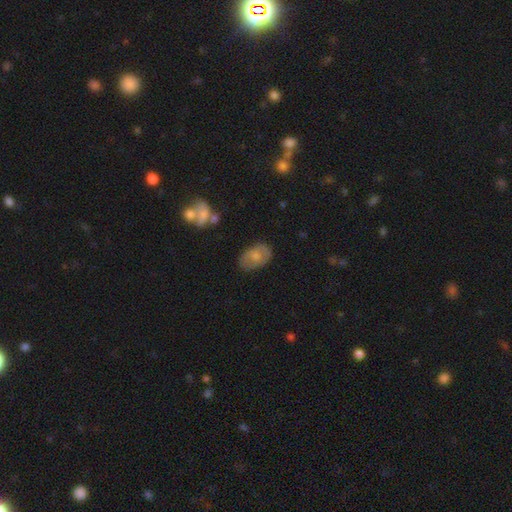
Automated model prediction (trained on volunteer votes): Smooth or featured? Predicted: smooth (p=0.63). How rounded? Predicted: in between (p=0.87). Merging? Predicted: none (p=0.74).